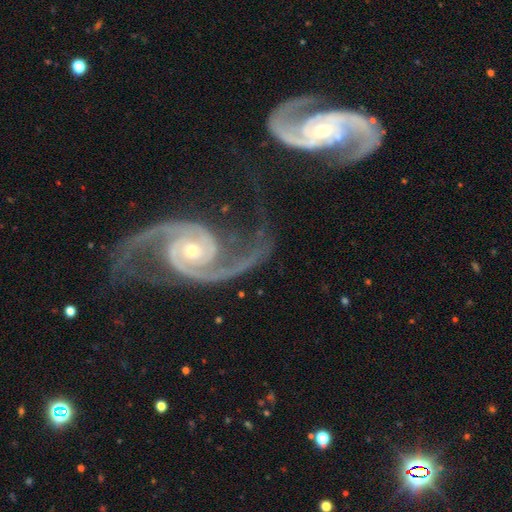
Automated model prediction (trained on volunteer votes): Overall: featured or disk (92%). Edge-on disk: no (97%). Bar: no (58%; weak 27%). Spiral arms: yes (98%). Spiral arm count: 2 (94%). Spiral winding: medium (54%; loose 26%). Bulge size: small (59%; moderate 36%). Merging: none (51%; minor disturbance 18%).